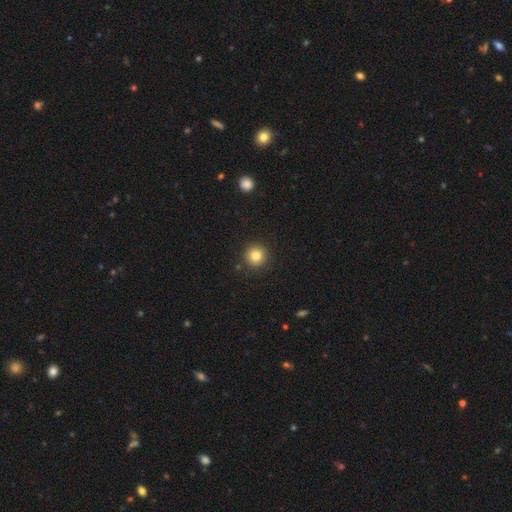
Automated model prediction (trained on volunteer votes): A smooth galaxy with no disk features (82%) that is round (94%). Merging: none (91%).